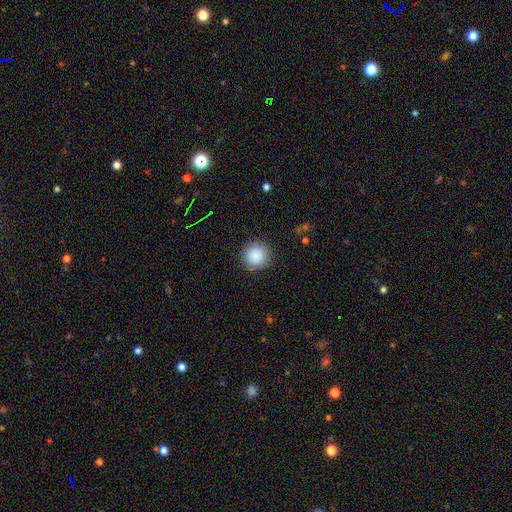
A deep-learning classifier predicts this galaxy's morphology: Smooth or featured? Predicted: smooth (p=0.87). How rounded? Predicted: round (p=0.95). Merging? Predicted: none (p=0.90).